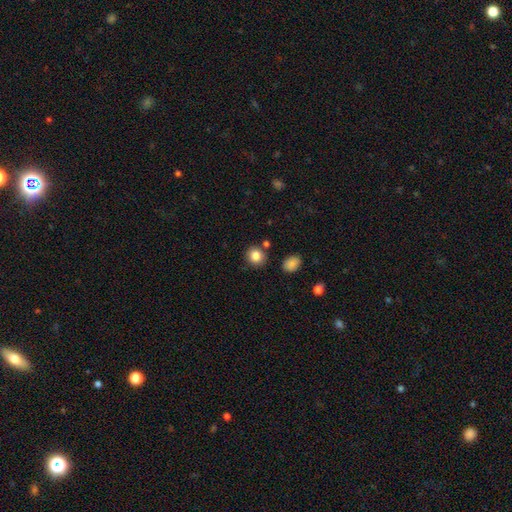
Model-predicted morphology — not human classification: Smooth or featured: smooth — 85% (star or artifact — 10%)
How rounded: round — 84% (in between — 15%)
Merging: none — 84% (minor disturbance — 8%)